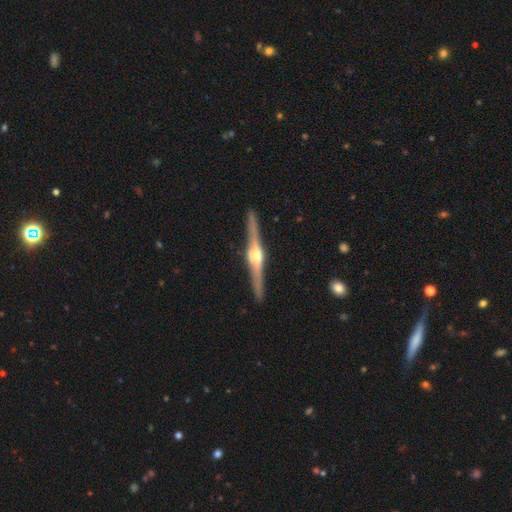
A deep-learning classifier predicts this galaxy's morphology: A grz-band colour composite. It shows a featured or disk galaxy (88%) viewed edge-on (98%) with a rounded central bulge (92%). Merging: none (92%).